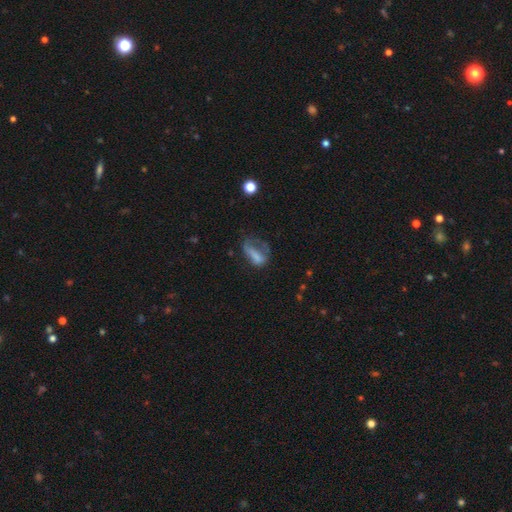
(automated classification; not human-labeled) Overall: smooth (56%; featured or disk 32%). How rounded: in between (75%). Merging: major disturbance (51%; none 23%).